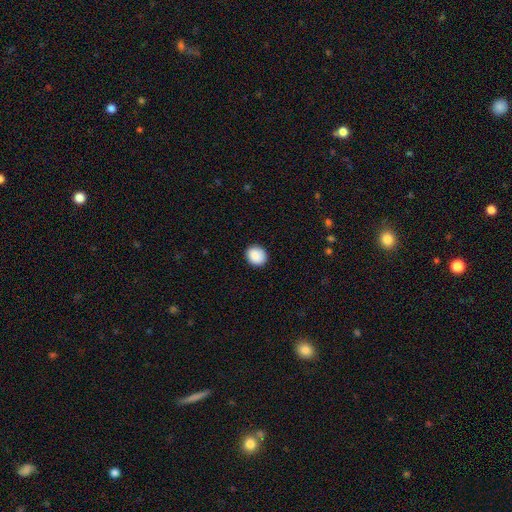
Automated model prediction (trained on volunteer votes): Smooth or featured? Predicted: smooth (p=0.87). How rounded? Predicted: round (p=0.77). Merging? Predicted: none (p=0.88).